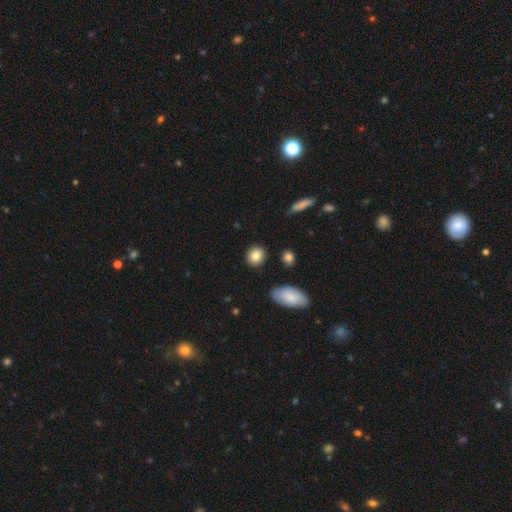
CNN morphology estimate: type=smooth (85%); roundness=round (74%); merging=none (88%).